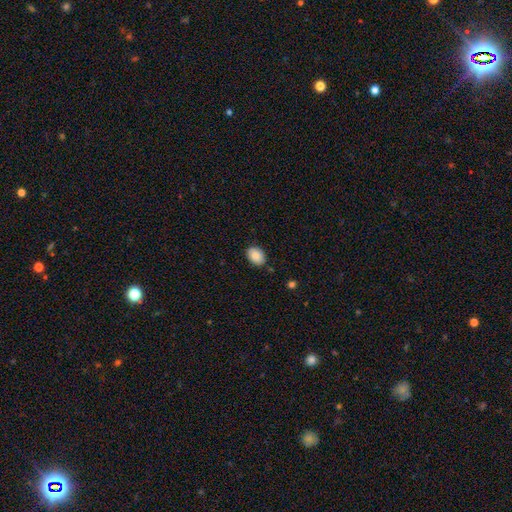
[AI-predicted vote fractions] Overall: smooth (88%). How rounded: in between (76%). Merging: none (85%).